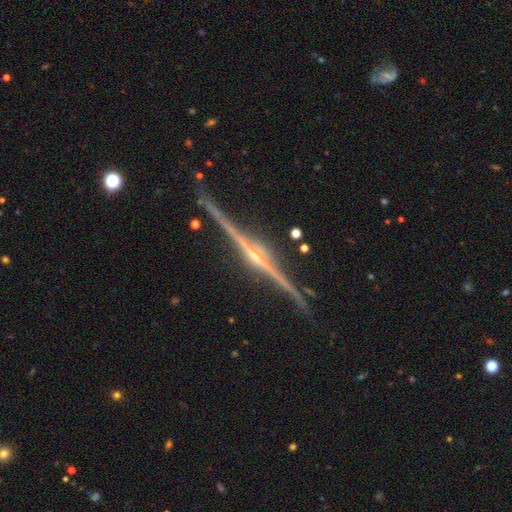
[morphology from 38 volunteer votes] A featured or disk galaxy (97%) viewed edge-on (100%) with a rounded central bulge (86%). Merging: none (82%).